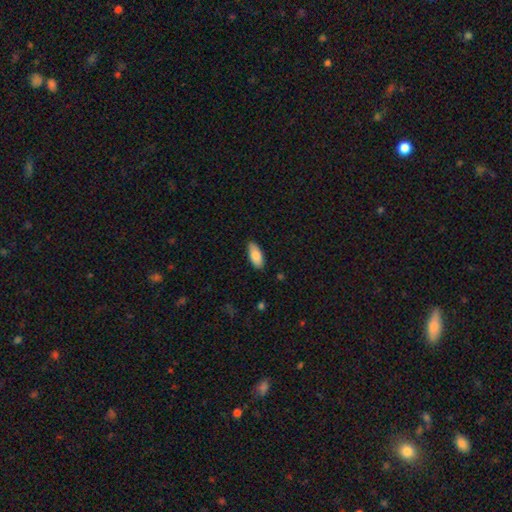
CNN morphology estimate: smooth-or-featured: smooth: 85% | featured or disk: 9% | star or artifact: 6%
  how-rounded: in between: 87% | cigar-shaped: 11% | round: 2%
  merging: none: 85% | minor disturbance: 12% | major disturbance: 2% | merger: 1%